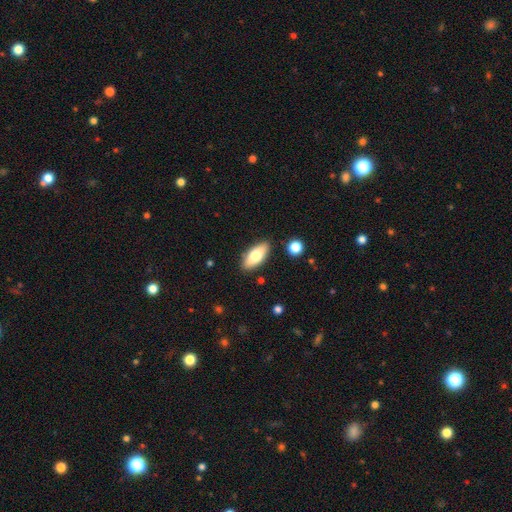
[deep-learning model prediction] Q: Smooth or featured?
A: smooth (74%); runner-up: featured or disk (19%)
Q: How rounded?
A: in between (82%); runner-up: cigar-shaped (16%)
Q: Merging?
A: none (87%); runner-up: minor disturbance (9%)